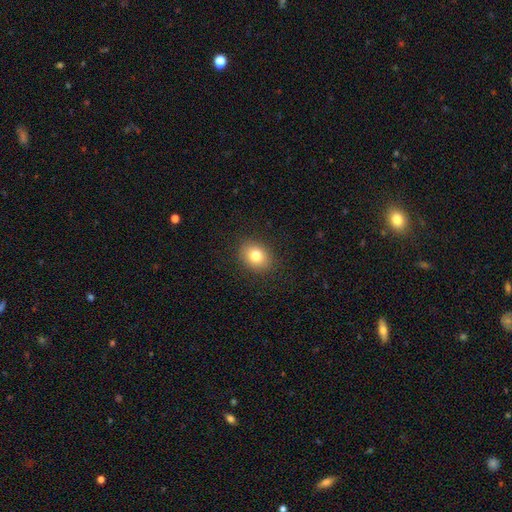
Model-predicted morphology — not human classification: smooth-or-featured: smooth: 80% | star or artifact: 11% | featured or disk: 9%
  how-rounded: round: 50% | in between: 49% | cigar-shaped: 1%
  merging: none: 89% | minor disturbance: 8% | major disturbance: 2% | merger: 1%